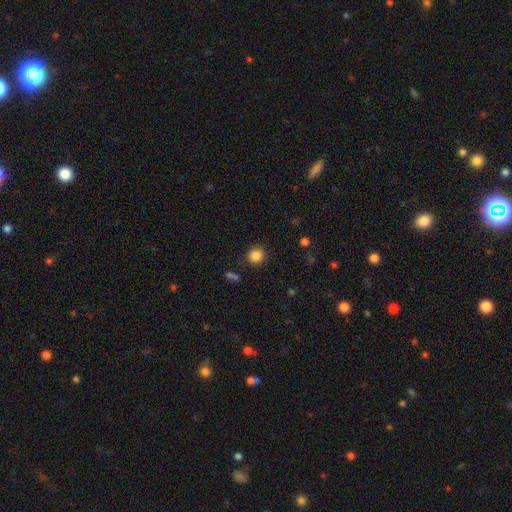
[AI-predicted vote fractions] Overall: smooth (86%). How rounded: round (90%). Merging: none (88%).